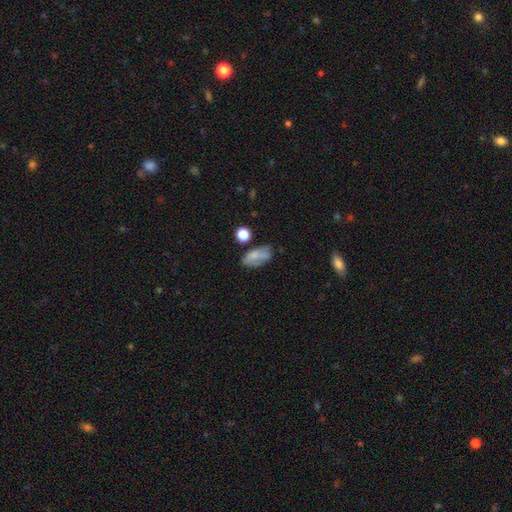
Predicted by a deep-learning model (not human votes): Overall: smooth (71%). How rounded: in between (88%). Merging: none (56%; minor disturbance 26%).